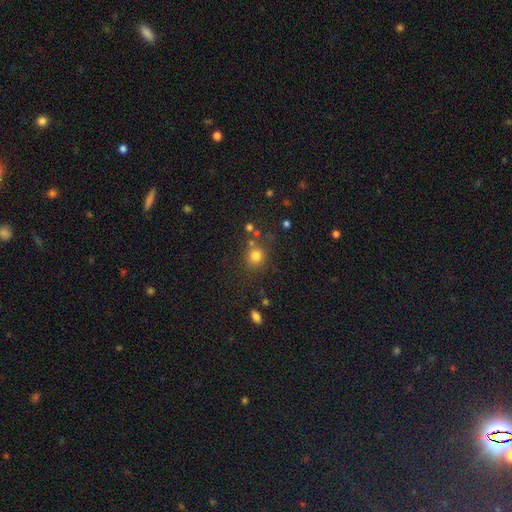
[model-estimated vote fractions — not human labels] A smooth galaxy with no disk features (78%) that is round (86%).

Vote fractions:
- Smooth or featured? smooth: 78% / star or artifact: 15% / featured or disk: 7%
- How rounded? round: 86% / in between: 13% / cigar-shaped: 1%
- Merging? none: 72% / minor disturbance: 12% / merger: 11% / major disturbance: 5%